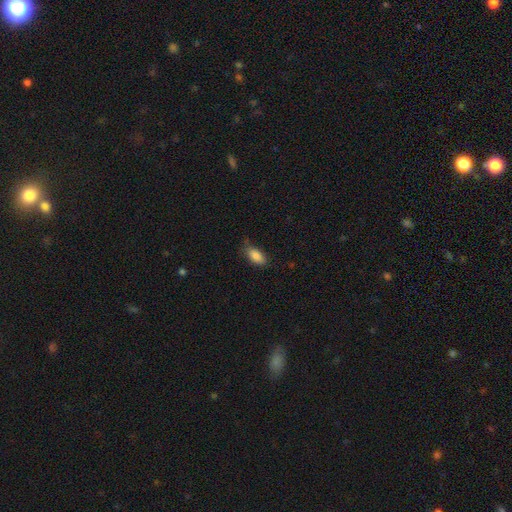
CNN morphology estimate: This appears to be a smooth galaxy with no disk features (86%) that is in between round and cigar-shaped (89%). Merging: none (74%).